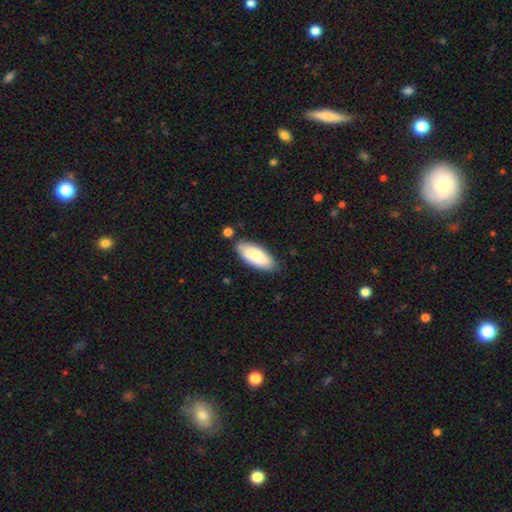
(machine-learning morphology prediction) Smooth or featured? Predicted: smooth (p=0.83). How rounded? Predicted: in between (p=0.80). Merging? Predicted: none (p=0.79).